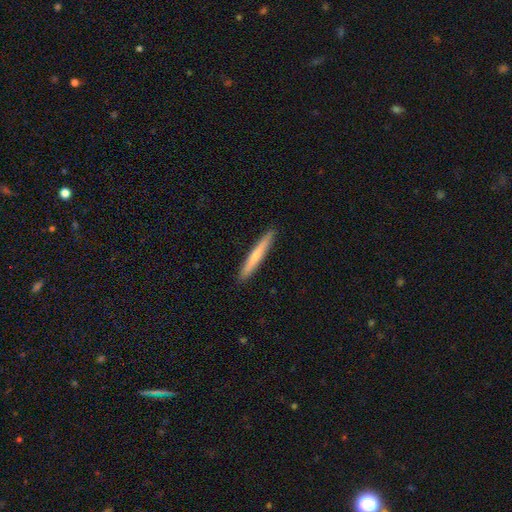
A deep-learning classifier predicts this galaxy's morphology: This is likely a smooth galaxy (63%). How rounded: clearly cigar-shaped (96%). Merging: clearly none (92%).